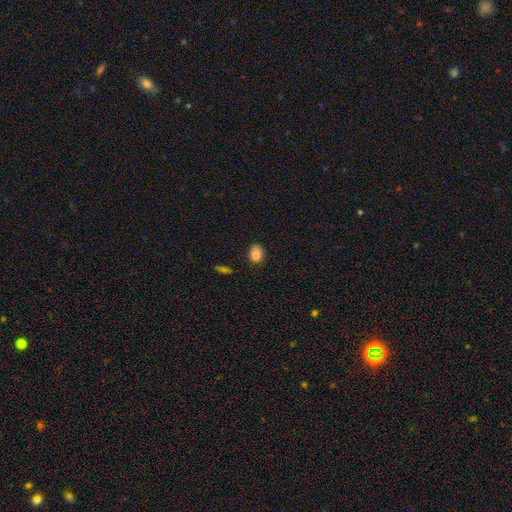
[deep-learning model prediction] Q: Smooth or featured?
A: smooth (81%); runner-up: star or artifact (10%)
Q: How rounded?
A: in between (52%); runner-up: round (47%)
Q: Merging?
A: none (75%); runner-up: minor disturbance (20%)